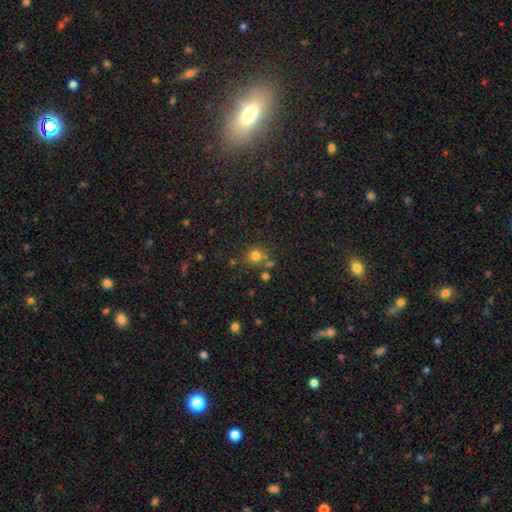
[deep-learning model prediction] Overall: smooth (75%). How rounded: round (88%). Merging: none (70%).